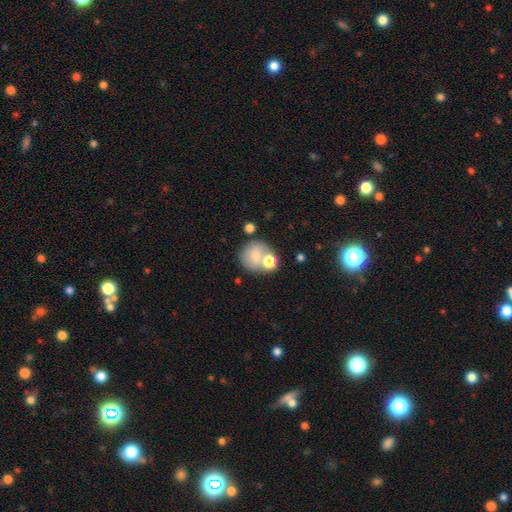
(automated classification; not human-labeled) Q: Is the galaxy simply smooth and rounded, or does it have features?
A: smooth — 72%.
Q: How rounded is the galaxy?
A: round — 83%.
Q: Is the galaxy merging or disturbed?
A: none — 50%.